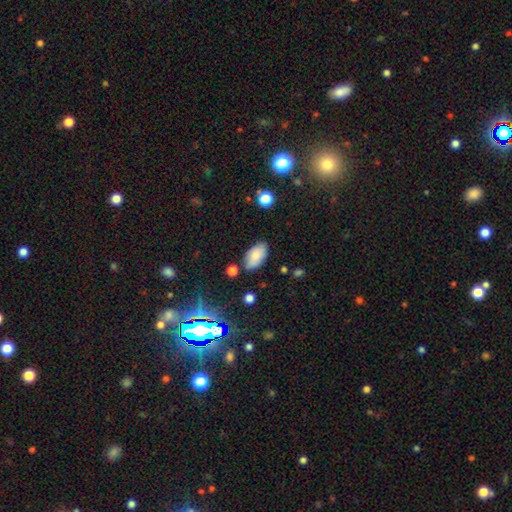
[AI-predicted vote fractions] Overall: smooth (83%). How rounded: in between (94%). Merging: none (79%).